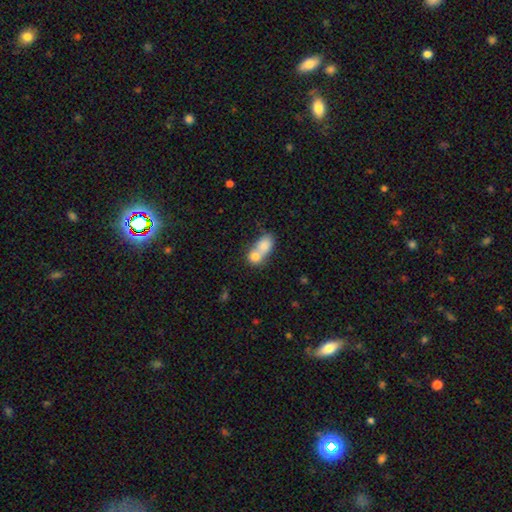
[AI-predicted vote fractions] This appears to be a smooth galaxy with no disk features (75%) that is in between round and cigar-shaped (60%). Merging: merger (73%).